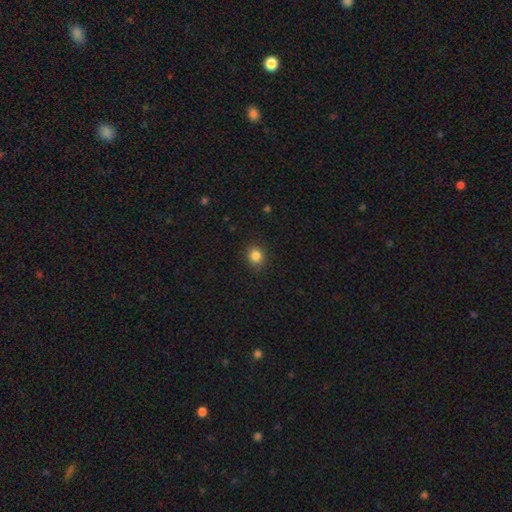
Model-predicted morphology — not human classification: type=smooth (85%); roundness=round (79%); merging=none (89%).